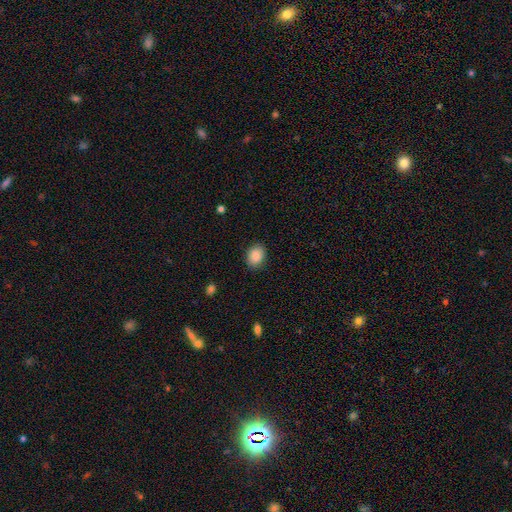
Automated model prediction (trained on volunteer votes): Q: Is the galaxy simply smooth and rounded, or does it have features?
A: smooth — 89%.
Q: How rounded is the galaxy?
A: in between — 63%.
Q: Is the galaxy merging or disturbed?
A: none — 86%.